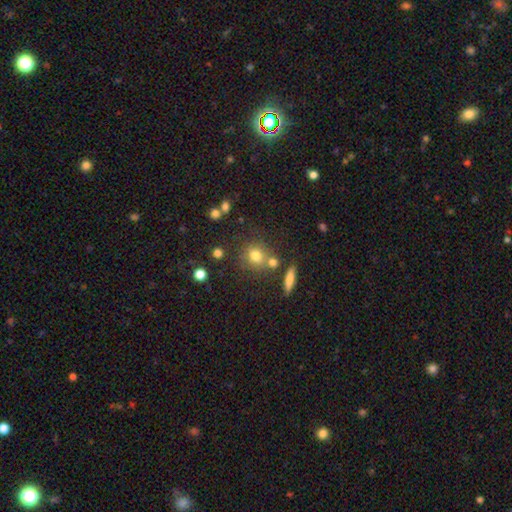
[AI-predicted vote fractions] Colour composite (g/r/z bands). It shows a smooth galaxy with no disk features (75%) that is round (80%). Merging: none (64%).